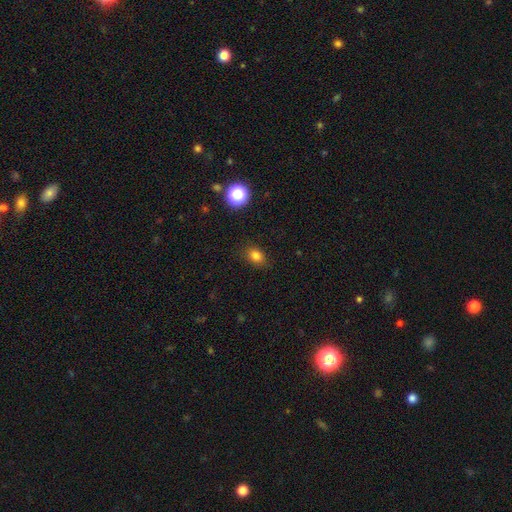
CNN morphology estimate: Q: Smooth or featured?
A: smooth (80%); runner-up: star or artifact (14%)
Q: How rounded?
A: in between (59%); runner-up: round (39%)
Q: Merging?
A: none (84%); runner-up: minor disturbance (12%)